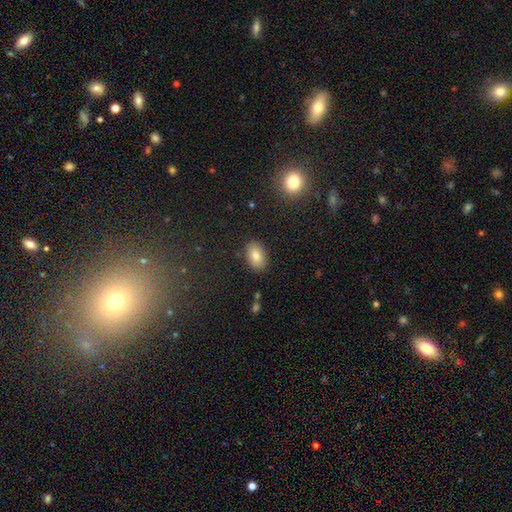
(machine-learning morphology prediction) Smooth or featured: smooth — 83% (star or artifact — 9%)
How rounded: in between — 89% (round — 10%)
Merging: none — 87% (minor disturbance — 9%)